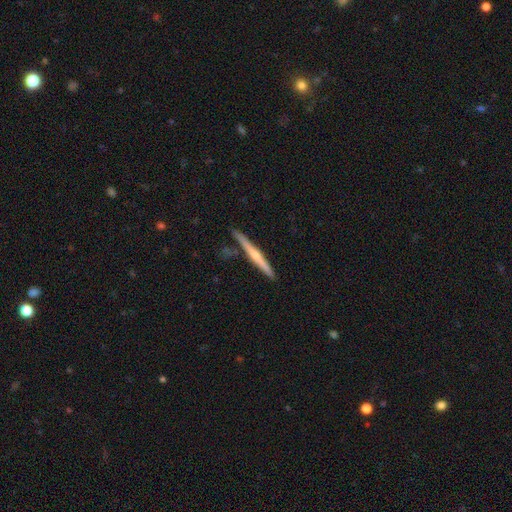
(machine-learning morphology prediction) The model was most divided on "smooth or featured": featured or disk: 64%, smooth: 31%, star or artifact: 5%. More confident: edge-on disk — yes (98%); merging — none (87%); edge-on bulge — rounded (71%).